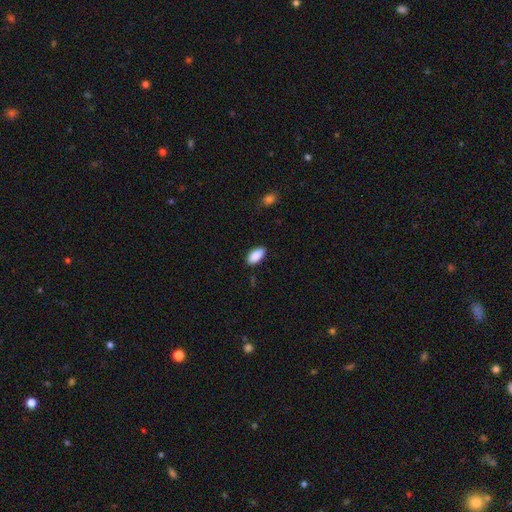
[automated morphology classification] smooth 90%, star or artifact 7%, featured or disk 4%. Down the decision tree: how rounded — in between (93%); merging — none (86%).